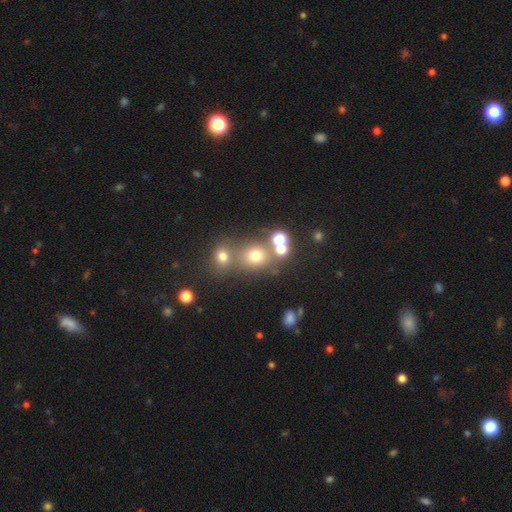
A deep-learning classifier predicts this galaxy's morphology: smooth 66%, star or artifact 22%, featured or disk 12%. Down the decision tree: how rounded — round (75%); merging — none (55%).